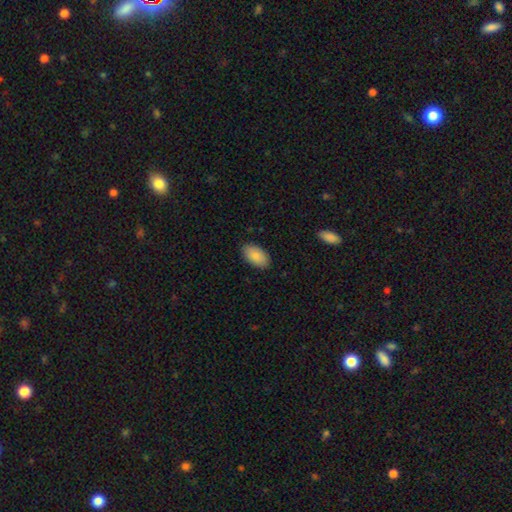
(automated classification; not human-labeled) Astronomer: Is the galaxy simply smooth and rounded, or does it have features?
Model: smooth — 87%.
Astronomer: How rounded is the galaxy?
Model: in between — 95%.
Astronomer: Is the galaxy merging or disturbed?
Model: none — 88%.